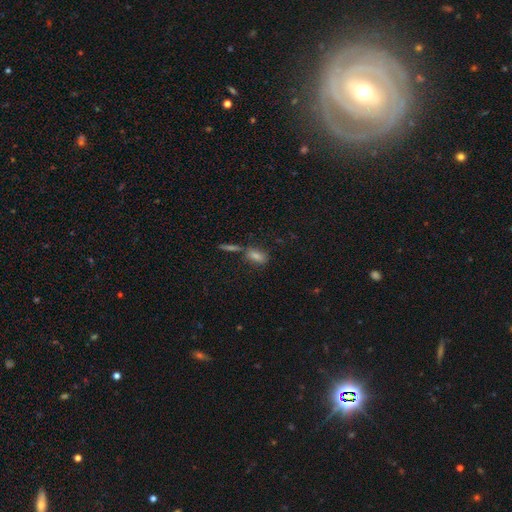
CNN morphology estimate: A smooth galaxy with no disk features (61%) that is in between round and cigar-shaped (79%).

Vote fractions:
- Smooth or featured? smooth: 61% / star or artifact: 23% / featured or disk: 16%
- How rounded? in between: 79% / cigar-shaped: 12% / round: 9%
- Merging? none: 56% / merger: 23% / minor disturbance: 14% / major disturbance: 7%